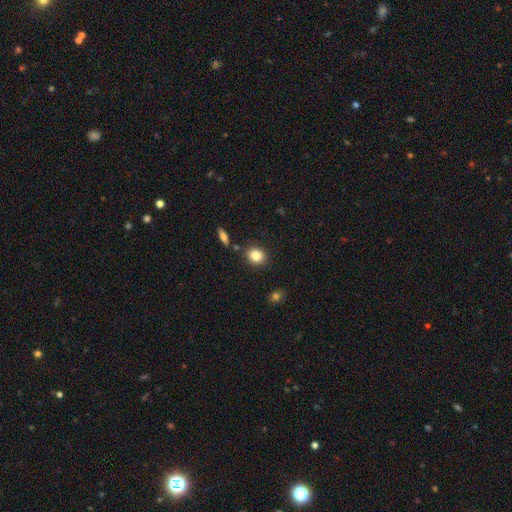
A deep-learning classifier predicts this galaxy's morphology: Smooth or featured: smooth — 84% (star or artifact — 9%)
How rounded: round — 63% (in between — 36%)
Merging: none — 85% (minor disturbance — 9%)